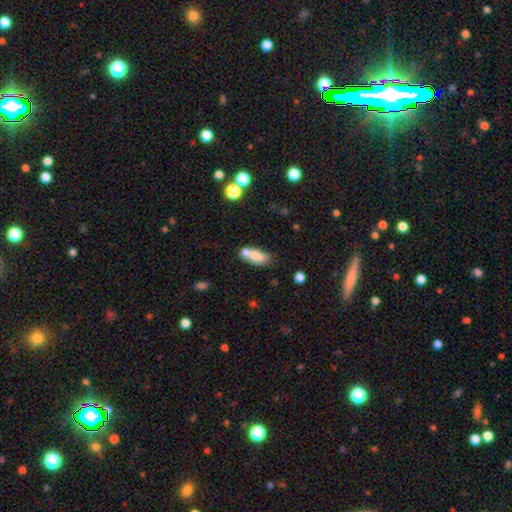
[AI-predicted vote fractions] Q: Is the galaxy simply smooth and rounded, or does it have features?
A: smooth — 76%.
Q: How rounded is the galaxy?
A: in between — 78%.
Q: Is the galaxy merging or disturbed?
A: merger — 42%.